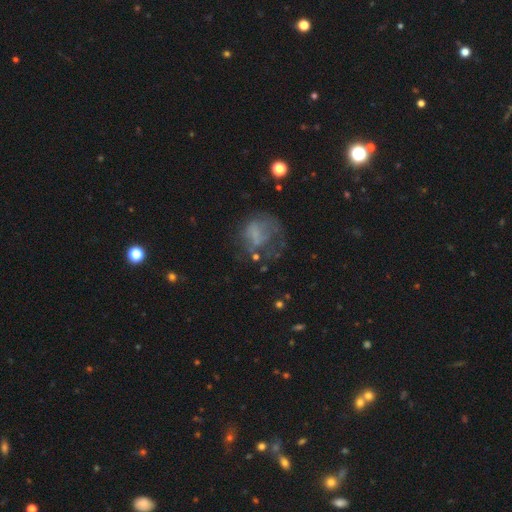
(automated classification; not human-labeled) Overall: smooth (40%; featured or disk 39%). Merging: none (38%; major disturbance 37%).